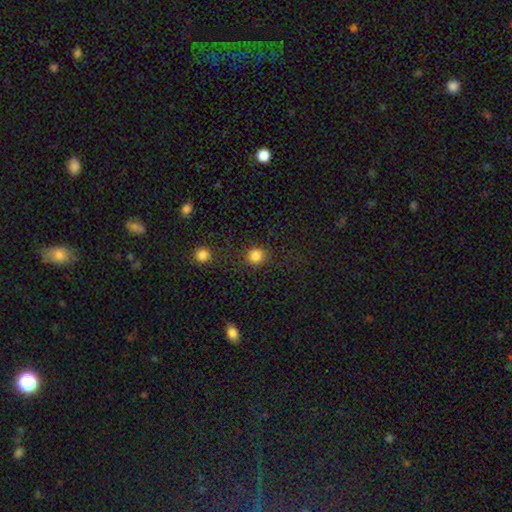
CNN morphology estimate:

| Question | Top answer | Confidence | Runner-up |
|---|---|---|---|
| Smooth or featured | smooth | 84% | star or artifact (12%) |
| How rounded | round | 89% | in between (10%) |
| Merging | none | 83% | minor disturbance (9%) |